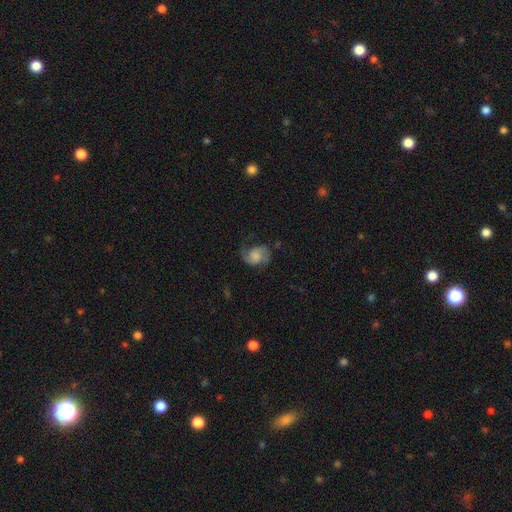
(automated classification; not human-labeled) Q: Smooth or featured?
A: featured or disk (57%); runner-up: smooth (34%)
Q: Edge-on disk?
A: no (97%); runner-up: yes (3%)
Q: Bar?
A: no (67%); runner-up: weak (28%)
Q: Spiral arms?
A: yes (90%); runner-up: no (10%)
Q: Spiral winding?
A: medium (43%); runner-up: loose (39%)
Q: Spiral arm count?
A: 2 (75%); runner-up: 1 (16%)
Q: Bulge size?
A: large (29%); runner-up: none (26%)
Q: Merging?
A: none (55%); runner-up: minor disturbance (24%)